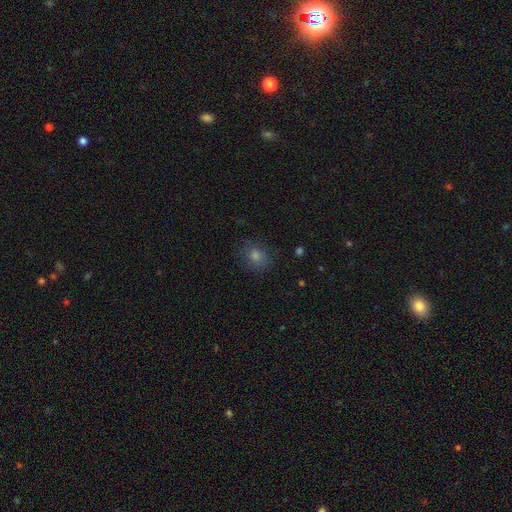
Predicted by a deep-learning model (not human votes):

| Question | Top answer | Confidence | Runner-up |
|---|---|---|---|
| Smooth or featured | smooth | 72% | star or artifact (20%) |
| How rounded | round | 72% | in between (27%) |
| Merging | none | 85% | minor disturbance (11%) |